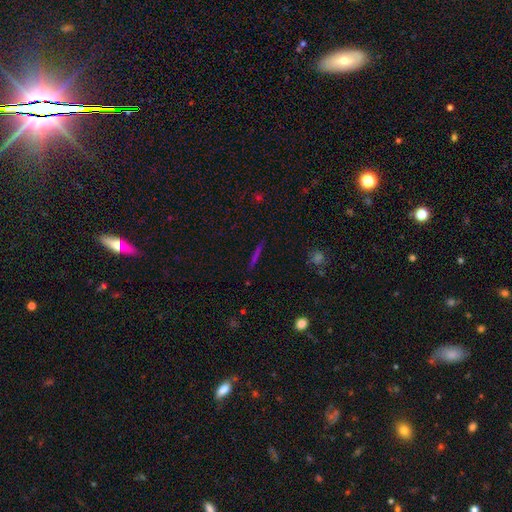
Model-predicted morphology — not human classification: Q: Smooth or featured?
A: smooth (57%); runner-up: featured or disk (29%)
Q: How rounded?
A: cigar-shaped (91%); runner-up: in between (5%)
Q: Merging?
A: none (89%); runner-up: minor disturbance (7%)